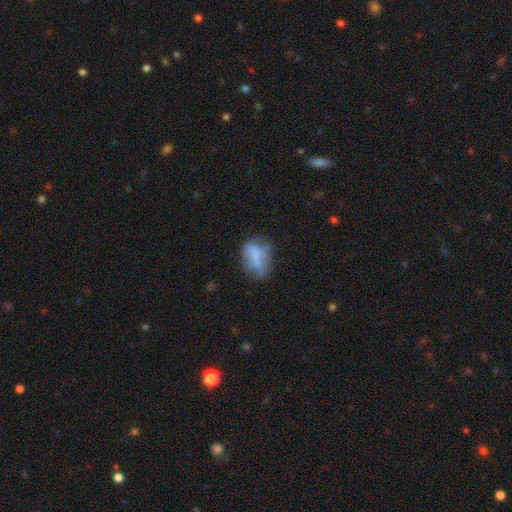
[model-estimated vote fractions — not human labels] This appears to be a smooth galaxy with no disk features (67%) that is in between round and cigar-shaped (83%). Merging: none (46%).